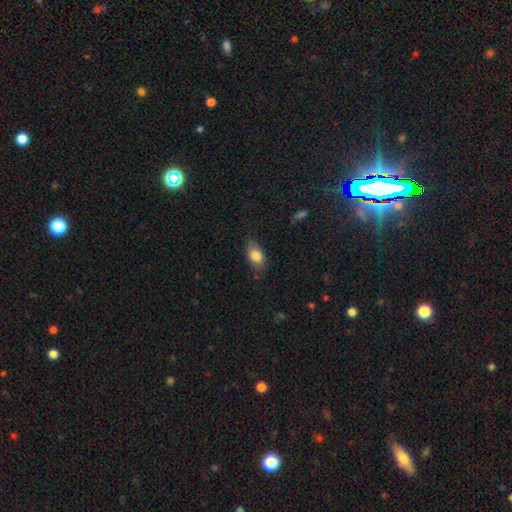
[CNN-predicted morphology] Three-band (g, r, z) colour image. It shows a smooth galaxy with no disk features (83%) that is in between round and cigar-shaped (88%). Merging: none (69%).